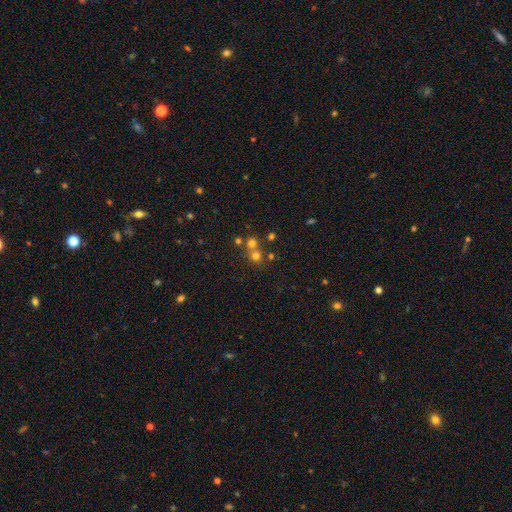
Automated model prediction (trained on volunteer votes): This is likely a smooth galaxy (66%). How rounded: clearly round (90%). Merging: possibly none (52%).